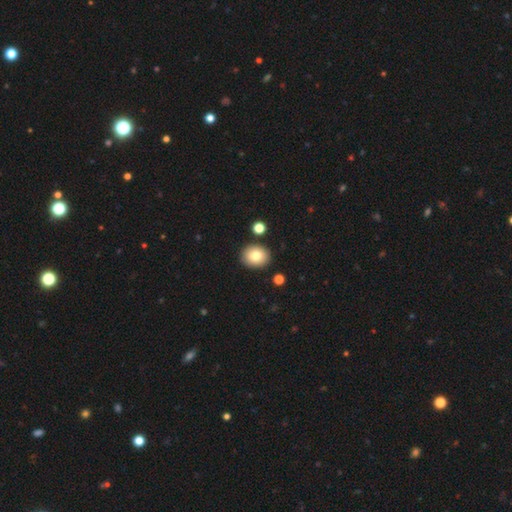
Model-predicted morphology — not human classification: A smooth galaxy with no disk features (80%) that is round (59%). Merging: none (86%).